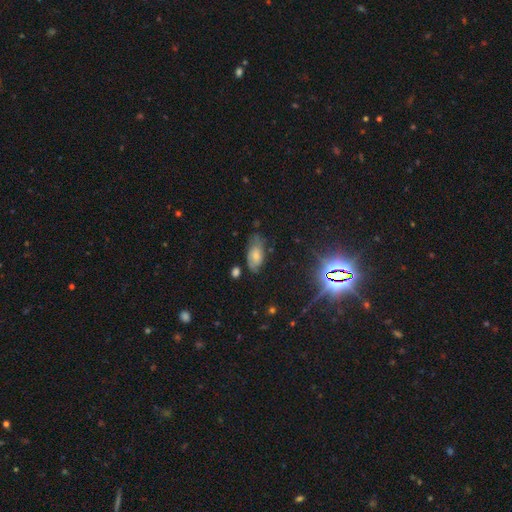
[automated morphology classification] smooth-or-featured: smooth: 53% | featured or disk: 34% | star or artifact: 13%
  how-rounded: in between: 90% | cigar-shaped: 6% | round: 4%
  merging: none: 56% | minor disturbance: 31% | major disturbance: 10% | merger: 3%